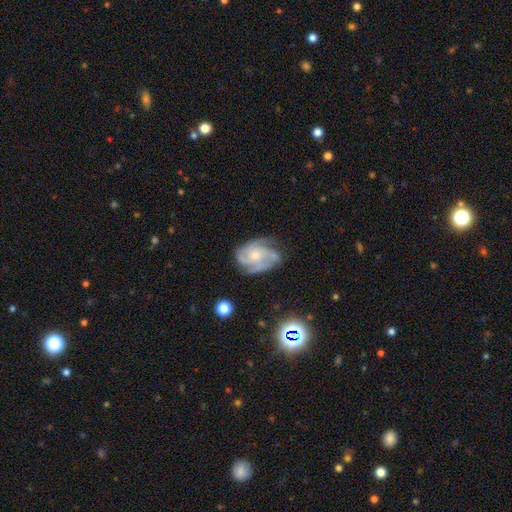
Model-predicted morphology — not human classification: A featured or disk galaxy (84%) with no bar (74%), 3 (49%) tight (44%, tied with medium) spiral arms (96%) and a small central bulge (55%).

Vote fractions:
- Smooth or featured? featured or disk: 84% / smooth: 10% / star or artifact: 6%
- Edge-on disk? no: 98% / yes: 2%
- Bar? no: 74% / weak: 22% / strong: 4%
- Spiral arms? yes: 96% / no: 4%
- Spiral winding? tight: 44% (tied) / medium: 44% (tied) / loose: 11%
- Spiral arm count? 3: 49% / 4: 15% / can't tell: 14% / 2: 13% / more than 4: 5% / 1: 5%
- Bulge size? small: 55% / moderate: 39% / none: 3% / large: 2% / dominant: 1%
- Merging? none: 63% / minor disturbance: 24% / major disturbance: 10% / merger: 2%